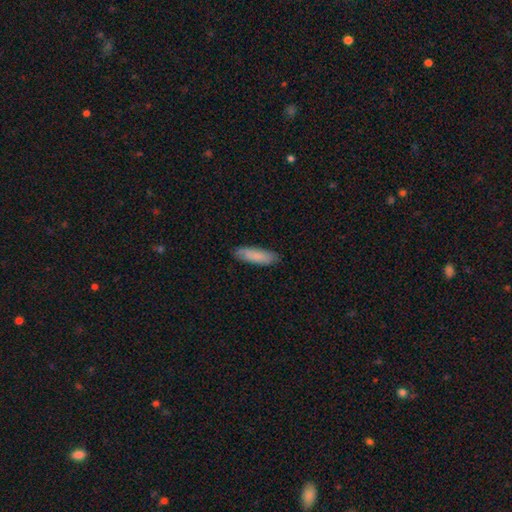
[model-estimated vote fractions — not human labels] This is clearly a smooth galaxy (84%). How rounded: possibly cigar-shaped (60%). Merging: clearly none (85%).